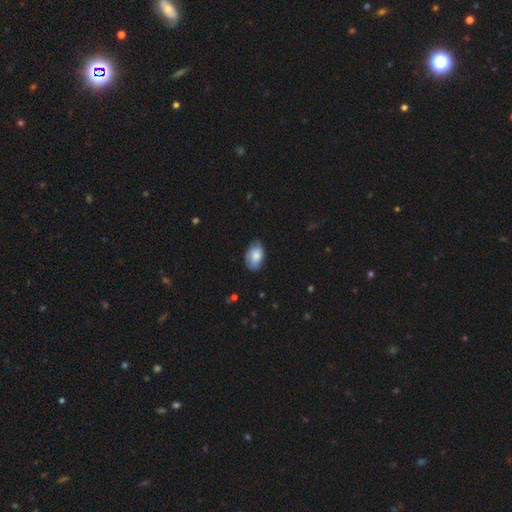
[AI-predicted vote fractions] Q: Smooth or featured?
A: smooth (79%); runner-up: featured or disk (15%)
Q: How rounded?
A: in between (91%); runner-up: round (8%)
Q: Merging?
A: none (67%); runner-up: minor disturbance (27%)